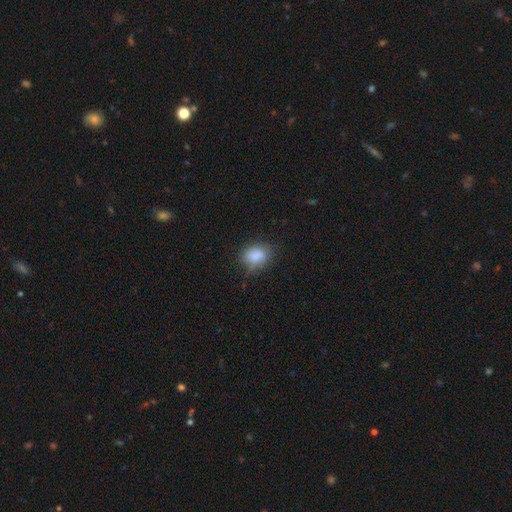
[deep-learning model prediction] Smooth or featured?
  - smooth: 85% *
  - star or artifact: 9%
  - featured or disk: 6%
How rounded?
  - in between: 61% *
  - round: 37%
  - cigar-shaped: 1%
Merging?
  - none: 68% *
  - minor disturbance: 24%
  - major disturbance: 6%
  - merger: 1%